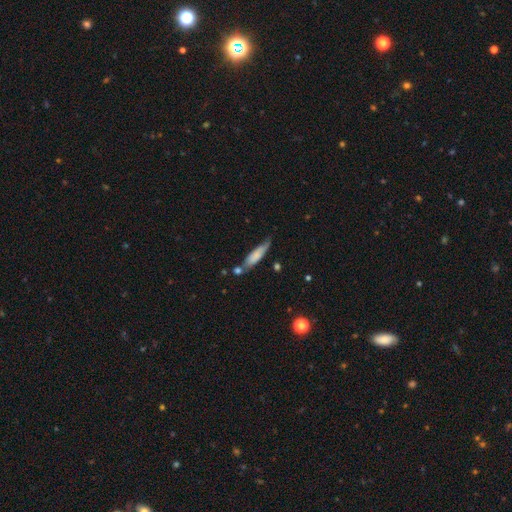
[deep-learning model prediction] smooth-or-featured: smooth: 70% | featured or disk: 24% | star or artifact: 6%
  how-rounded: cigar-shaped: 74% | in between: 24% | round: 2%
  merging: none: 56% | minor disturbance: 24% | merger: 13% | major disturbance: 6%